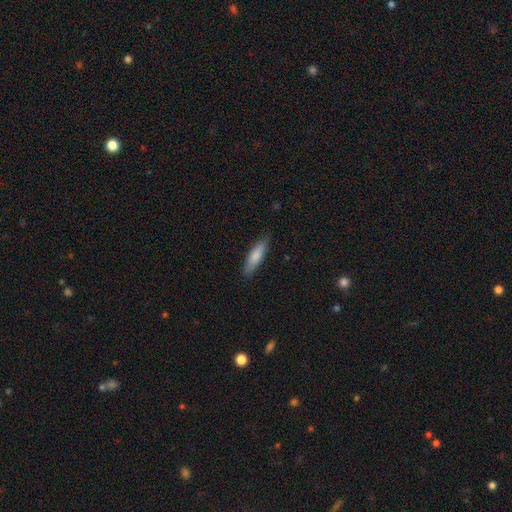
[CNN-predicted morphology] Smooth or featured: smooth — 80% (featured or disk — 15%)
How rounded: cigar-shaped — 66% (in between — 32%)
Merging: none — 86% (minor disturbance — 11%)